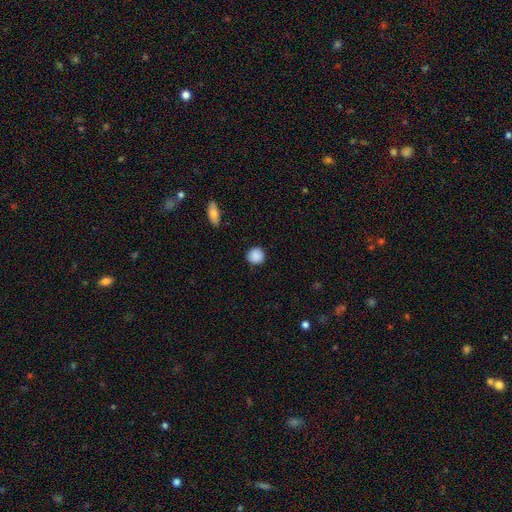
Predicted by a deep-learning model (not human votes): Smooth or featured?
  - smooth: 89% *
  - star or artifact: 8%
  - featured or disk: 3%
How rounded?
  - round: 92% *
  - in between: 7%
  - cigar-shaped: 1%
Merging?
  - none: 89% *
  - minor disturbance: 8%
  - major disturbance: 2%
  - merger: 1%